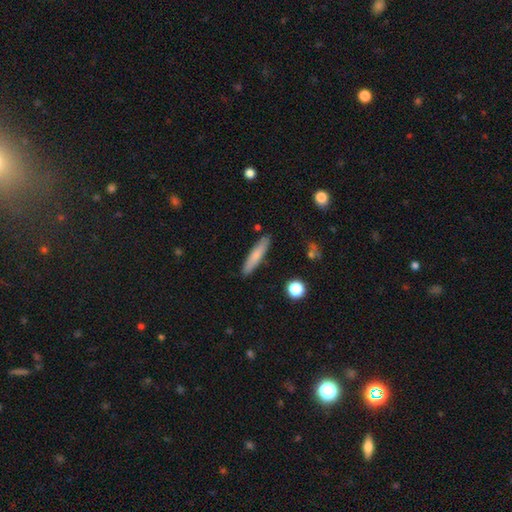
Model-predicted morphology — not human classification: smooth_or_featured: smooth (p=0.73) [alt: featured or disk p=0.21]
how_rounded: cigar-shaped (p=0.87) [alt: in between p=0.12]
merging: none (p=0.87) [alt: minor disturbance p=0.09]